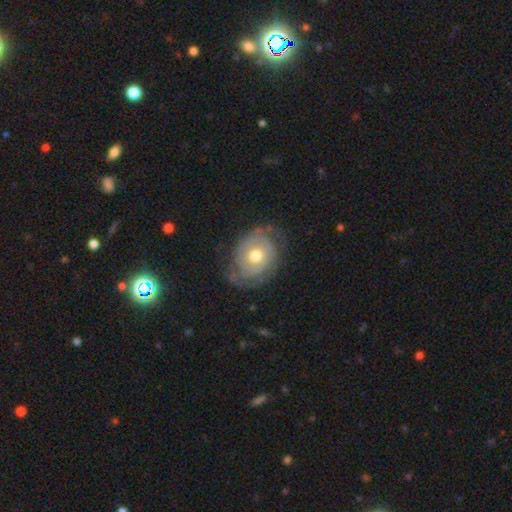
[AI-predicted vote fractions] featured or disk 79%, smooth 16%, star or artifact 5%. Down the decision tree: edge-on disk — no (97%); bar — no (77%); spiral arms — yes (85%); spiral arm count — 2 (49%); spiral winding — tight (63%); bulge size — moderate (77%); merging — none (70%).